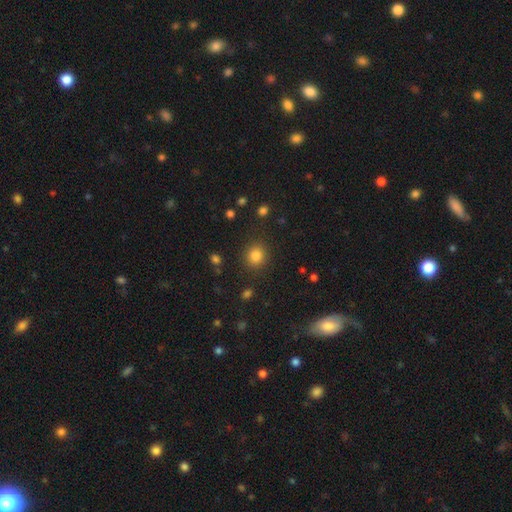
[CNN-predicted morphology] Q: Smooth or featured?
A: smooth (83%); runner-up: star or artifact (13%)
Q: How rounded?
A: round (87%); runner-up: in between (12%)
Q: Merging?
A: none (88%); runner-up: minor disturbance (7%)